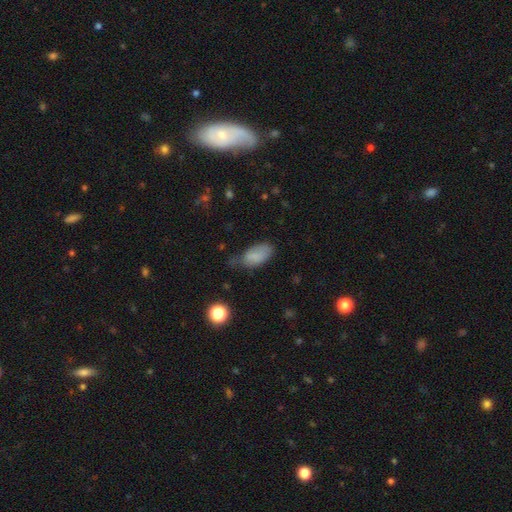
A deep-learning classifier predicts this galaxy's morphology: This is clearly a smooth galaxy (81%). How rounded: clearly in between (93%). Merging: marginally none (45%).